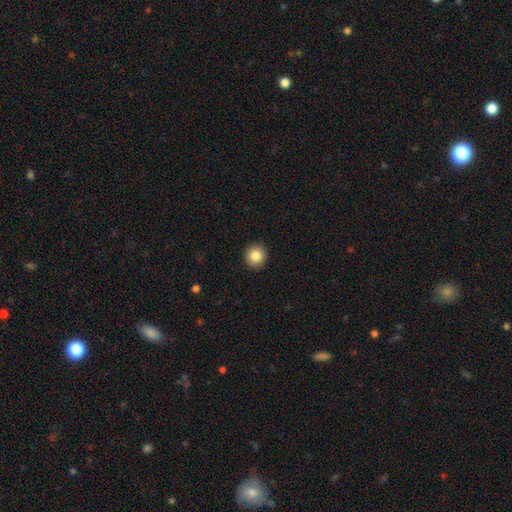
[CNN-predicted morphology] Smooth or featured? Predicted: smooth (p=0.85). How rounded? Predicted: round (p=0.89). Merging? Predicted: none (p=0.92).